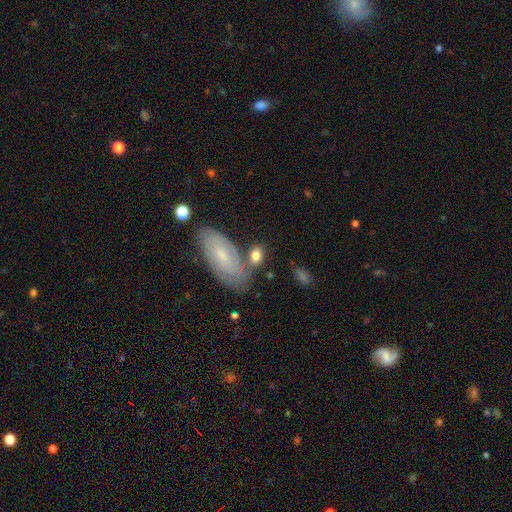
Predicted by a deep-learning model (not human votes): smooth_or_featured: smooth (p=0.73) [alt: featured or disk p=0.21]
how_rounded: in between (p=0.74) [alt: round p=0.21]
merging: none (p=0.59) [alt: minor disturbance p=0.18]